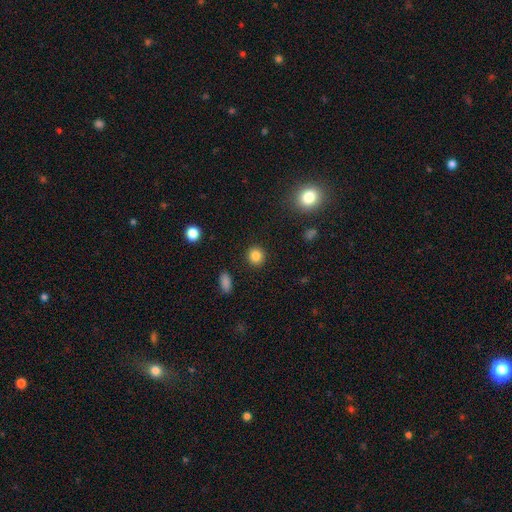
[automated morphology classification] Smooth or featured? Predicted: smooth (p=0.85). How rounded? Predicted: round (p=0.87). Merging? Predicted: none (p=0.91).